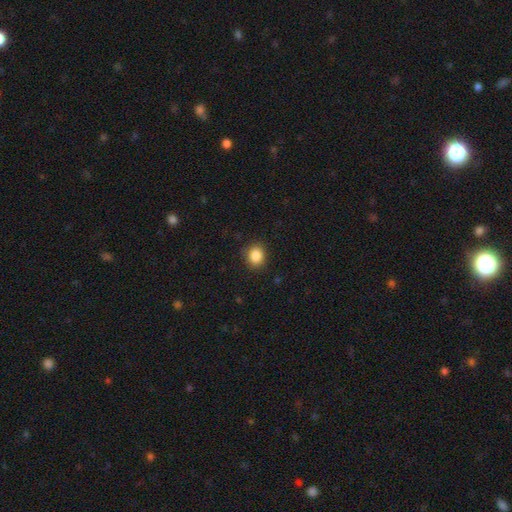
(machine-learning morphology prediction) Smooth or featured? Predicted: smooth (p=0.86). How rounded? Predicted: round (p=0.66). Merging? Predicted: none (p=0.87).